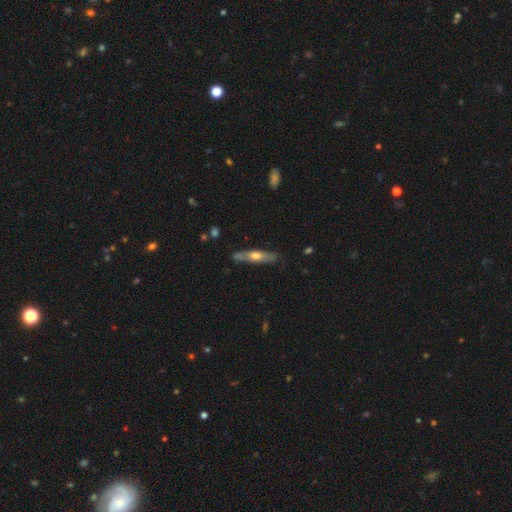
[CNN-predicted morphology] type=featured or disk (52%); edge-on=yes (79%); merging=none (81%).